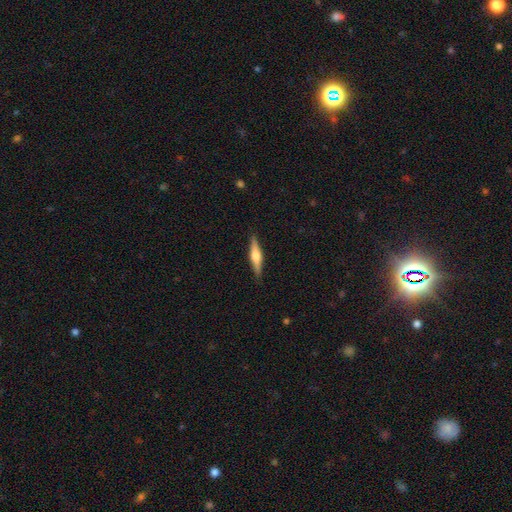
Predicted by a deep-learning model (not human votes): smooth_or_featured: featured or disk (p=0.61) [alt: smooth p=0.34]
disk_edge_on: yes (p=0.97) [alt: no p=0.03]
edge_on_bulge: rounded (p=0.86) [alt: boxy p=0.10]
merging: none (p=0.90) [alt: minor disturbance p=0.07]